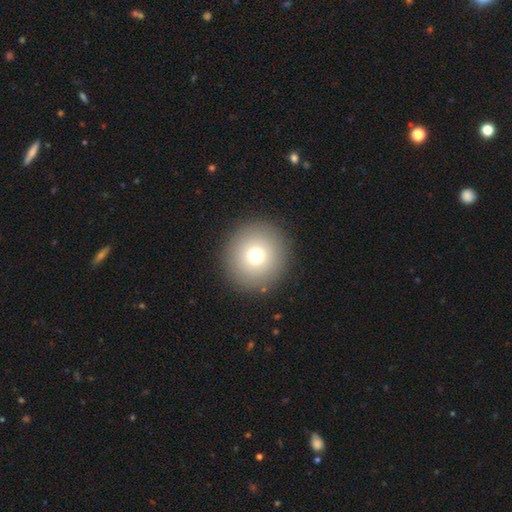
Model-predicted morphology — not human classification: A smooth galaxy with no disk features (76%) that is round (95%).

Vote fractions:
- Smooth or featured? smooth: 76% / featured or disk: 13% / star or artifact: 12%
- How rounded? round: 95% / in between: 4% / cigar-shaped: 1%
- Merging? none: 91% / minor disturbance: 5% / major disturbance: 3% / merger: 1%